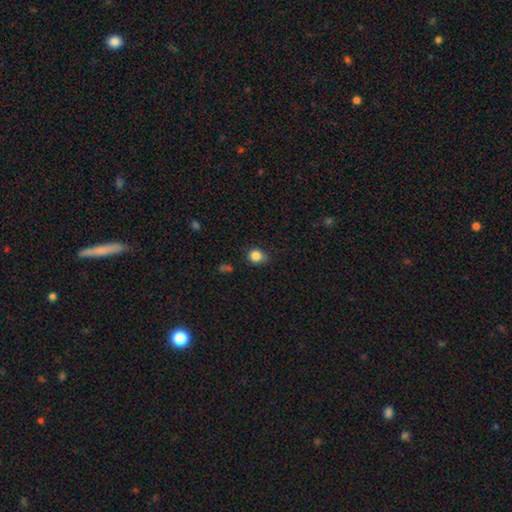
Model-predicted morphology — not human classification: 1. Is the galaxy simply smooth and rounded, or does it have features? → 84% smooth, 11% star or artifact, 5% featured or disk.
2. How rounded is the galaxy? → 72% round, 27% in between, 1% cigar-shaped.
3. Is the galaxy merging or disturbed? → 71% none, 23% minor disturbance, 4% major disturbance, 2% merger.